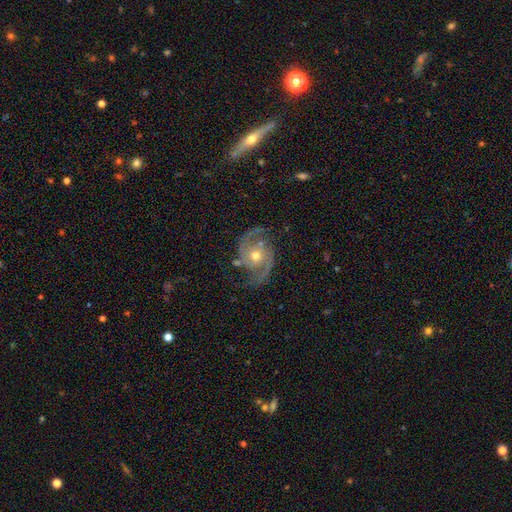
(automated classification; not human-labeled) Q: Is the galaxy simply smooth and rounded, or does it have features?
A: featured or disk — 90%.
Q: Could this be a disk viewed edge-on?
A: no — 98%.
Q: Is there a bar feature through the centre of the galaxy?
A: no — 72%.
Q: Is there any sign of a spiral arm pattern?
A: yes — 98%.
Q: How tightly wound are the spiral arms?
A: medium — 56%.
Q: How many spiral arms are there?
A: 2 — 93%.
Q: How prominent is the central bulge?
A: moderate — 62%.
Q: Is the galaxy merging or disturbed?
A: none — 75%.